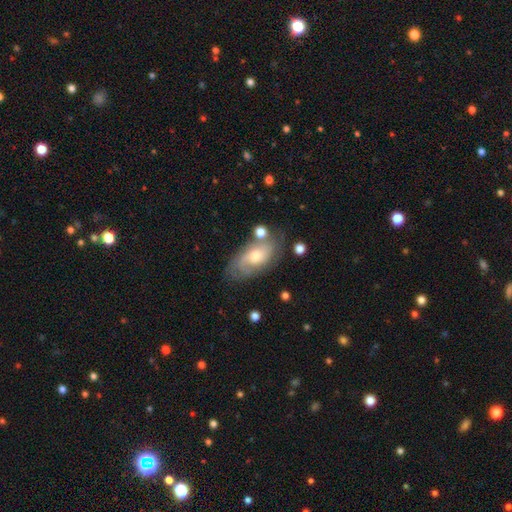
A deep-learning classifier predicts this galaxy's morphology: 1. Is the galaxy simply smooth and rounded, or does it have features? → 62% featured or disk, 31% smooth, 8% star or artifact.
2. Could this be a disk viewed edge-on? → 91% no, 9% yes.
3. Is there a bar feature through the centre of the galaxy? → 69% no, 27% weak, 4% strong.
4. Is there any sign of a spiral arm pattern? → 84% yes, 16% no.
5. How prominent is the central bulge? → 57% moderate, 32% small, 7% large, 2% none, 1% dominant.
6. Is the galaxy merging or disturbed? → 64% none, 20% minor disturbance, 8% major disturbance, 7% merger.